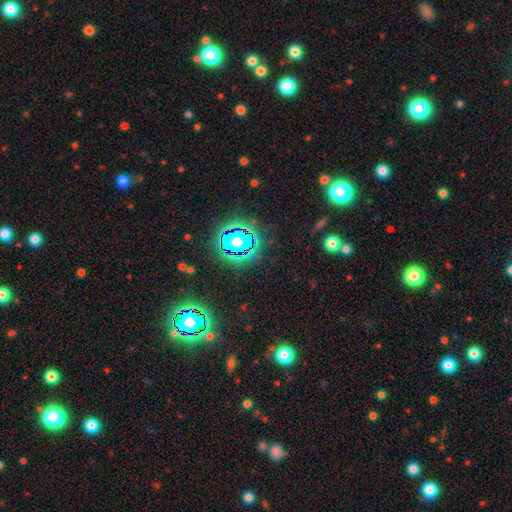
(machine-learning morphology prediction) Overall: star or artifact (81%).